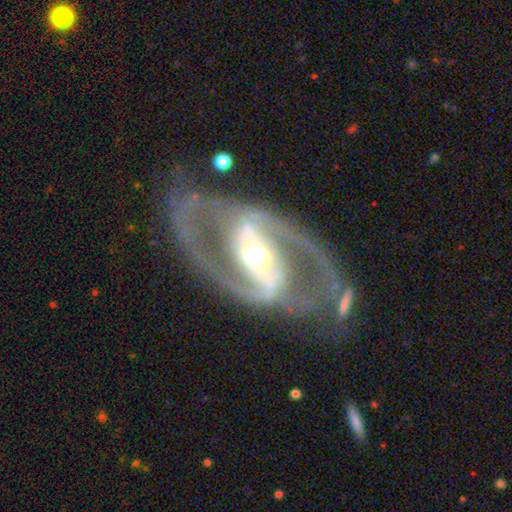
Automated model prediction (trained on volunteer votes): Smooth or featured? featured or disk (92%)
Edge-on disk? no (97%)
Bar? strong (61%)
Spiral arms? yes (96%)
Spiral winding? medium (60%)
Spiral arm count? 2 (93%)
Bulge size? moderate (68%)
Merging? none (71%)